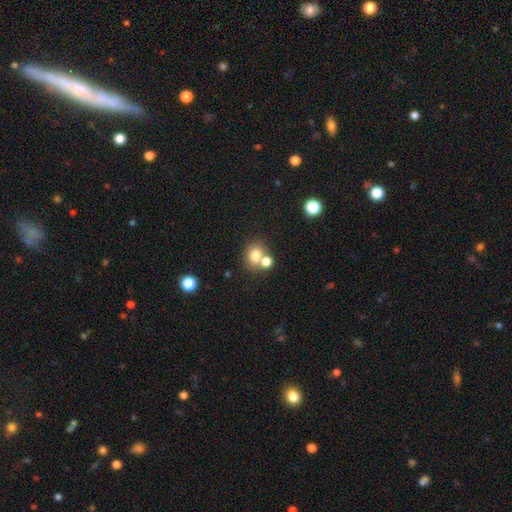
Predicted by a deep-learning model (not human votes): smooth 77%, star or artifact 13%, featured or disk 10%. Down the decision tree: how rounded — round (69%); merging — none (54%).